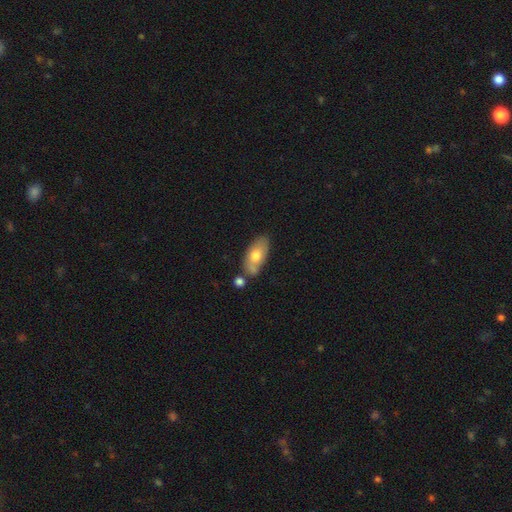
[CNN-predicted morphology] Smooth or featured: smooth — 66% (featured or disk — 27%)
How rounded: in between — 90% (cigar-shaped — 6%)
Merging: none — 61% (minor disturbance — 20%)